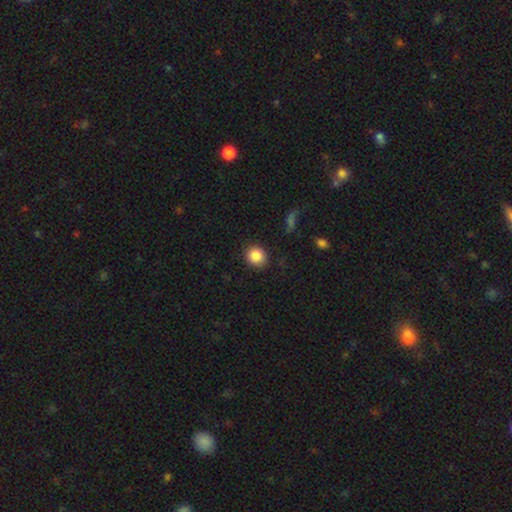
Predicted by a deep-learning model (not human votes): smooth 86%, star or artifact 9%, featured or disk 5%. Down the decision tree: how rounded — round (85%); merging — none (88%).